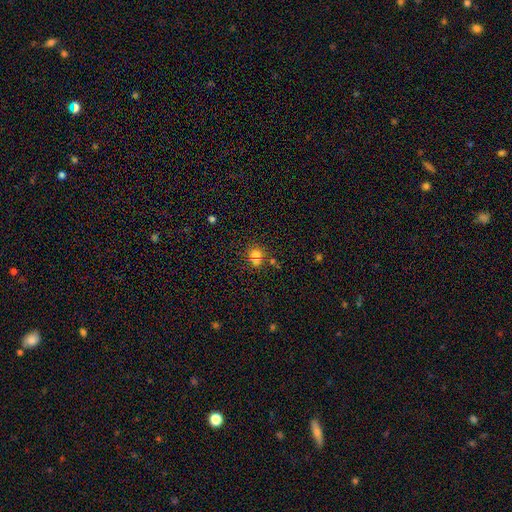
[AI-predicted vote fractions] Overall: smooth (68%). How rounded: round (83%). Merging: merger (45%; none 44%).